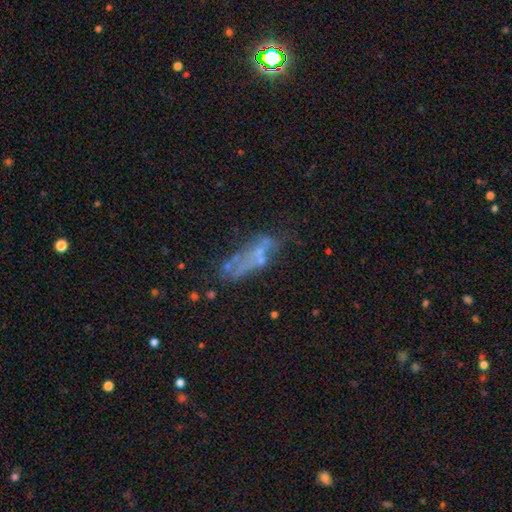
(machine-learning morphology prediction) Overall: featured or disk (50%; smooth 31%). Merging: none (46%; major disturbance 20%).